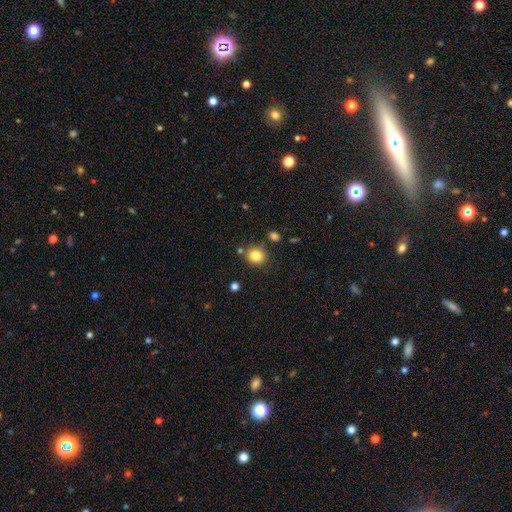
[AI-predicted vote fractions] smooth-or-featured: smooth: 83% | star or artifact: 11% | featured or disk: 6%
  how-rounded: round: 86% | in between: 13% | cigar-shaped: 1%
  merging: none: 78% | minor disturbance: 11% | merger: 7% | major disturbance: 3%